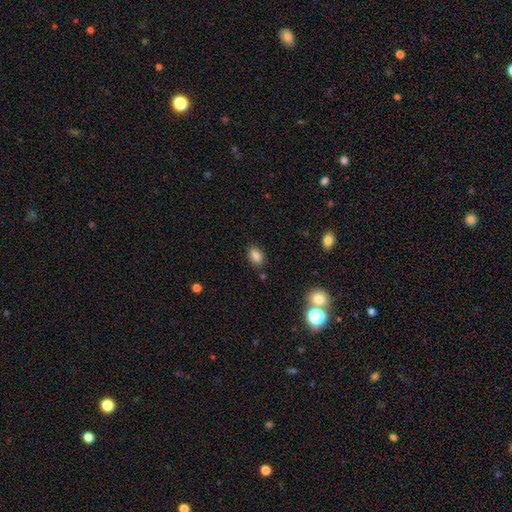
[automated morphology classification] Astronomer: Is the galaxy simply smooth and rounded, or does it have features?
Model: smooth — 84%.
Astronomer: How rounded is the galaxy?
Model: in between — 84%.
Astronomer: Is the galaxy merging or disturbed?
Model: none — 82%.